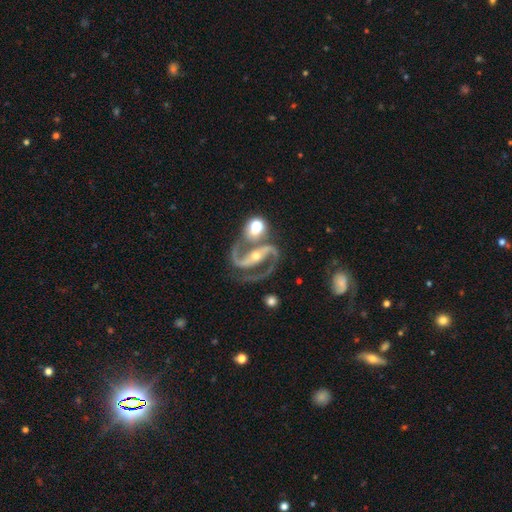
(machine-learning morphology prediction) featured or disk 92%, star or artifact 5%, smooth 3%. Down the decision tree: edge-on disk — no (98%); bar — strong (60%); spiral arms — yes (98%); spiral arm count — 2 (94%); spiral winding — medium (63%); bulge size — moderate (56%); merging — none (60%).